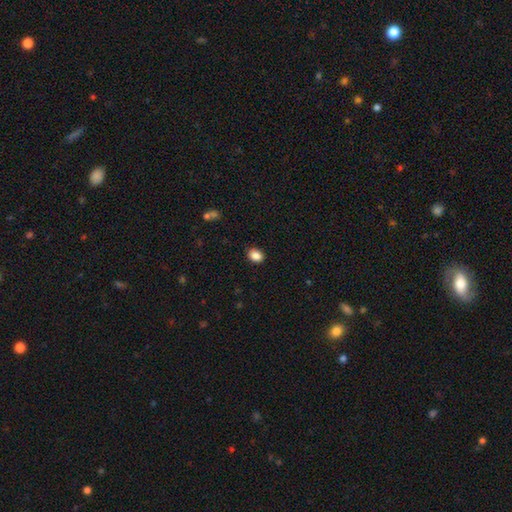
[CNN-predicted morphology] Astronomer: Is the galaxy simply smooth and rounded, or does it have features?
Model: smooth — 87%.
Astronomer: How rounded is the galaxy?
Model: in between — 65%.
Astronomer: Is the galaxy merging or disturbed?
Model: none — 87%.